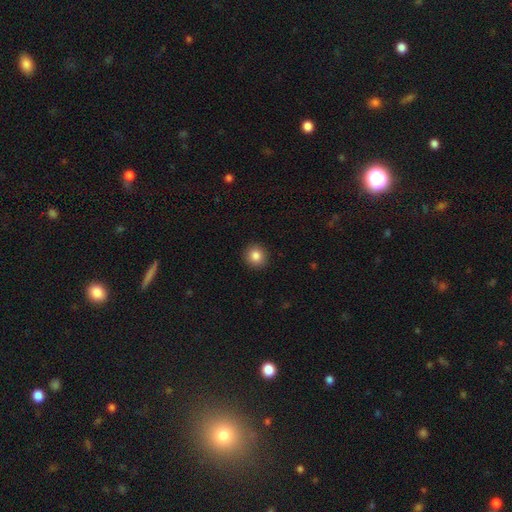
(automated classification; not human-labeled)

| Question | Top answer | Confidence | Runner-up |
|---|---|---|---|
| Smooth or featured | smooth | 85% | star or artifact (9%) |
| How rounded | round | 91% | in between (8%) |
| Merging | none | 92% | minor disturbance (5%) |